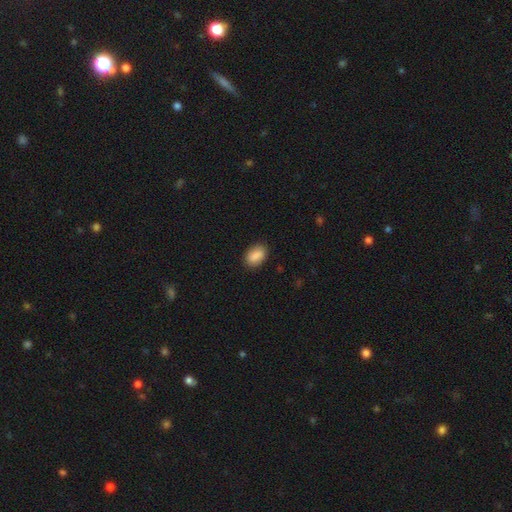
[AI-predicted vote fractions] The model was most divided on "merging": none: 86%, minor disturbance: 11%, major disturbance: 2%, merger: 1%. More confident: how rounded — in between (90%); smooth or featured — smooth (89%).